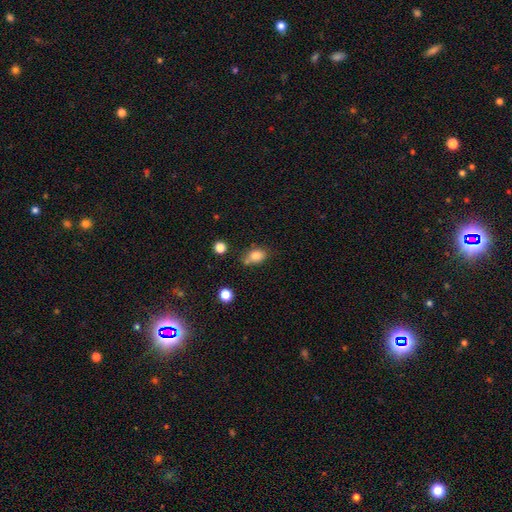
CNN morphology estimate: A smooth galaxy with no disk features (80%) that is in between round and cigar-shaped (67%).

Vote fractions:
- Smooth or featured? smooth: 80% / star or artifact: 10% / featured or disk: 9%
- How rounded? in between: 67% / round: 31% / cigar-shaped: 2%
- Merging? none: 56% / minor disturbance: 22% / merger: 16% / major disturbance: 6%